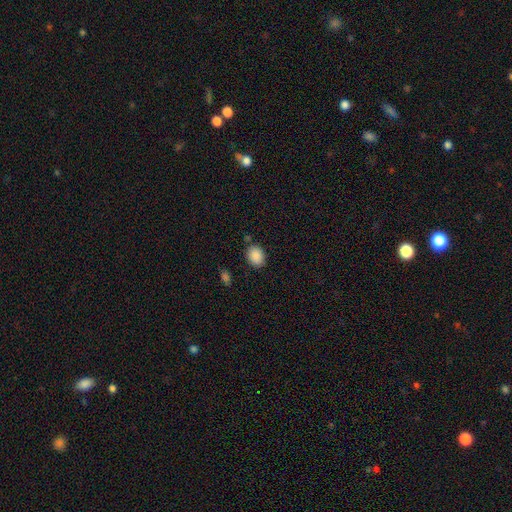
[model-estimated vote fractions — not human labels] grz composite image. It shows a smooth galaxy with no disk features (88%) that is in between round and cigar-shaped (60%). Merging: none (79%).